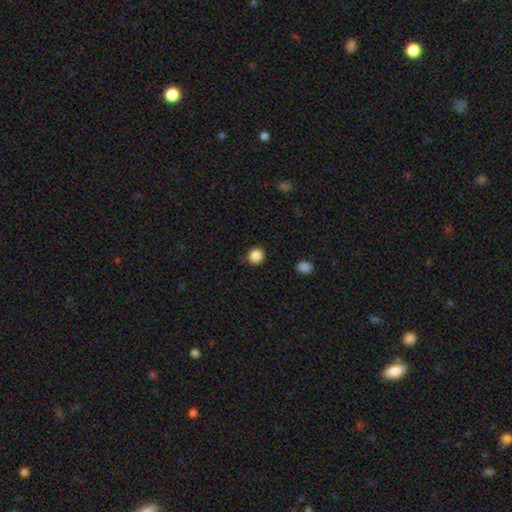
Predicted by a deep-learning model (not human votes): This appears to be a smooth galaxy with no disk features (86%) that is round (87%). Merging: none (86%).